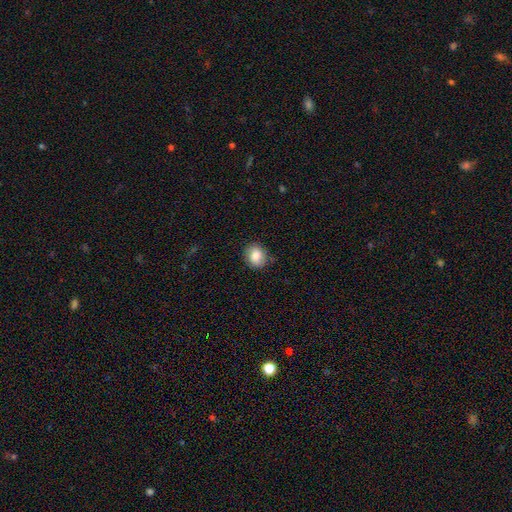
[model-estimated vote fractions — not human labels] A smooth galaxy with no disk features (80%) that is round (69%). Merging: none (80%).